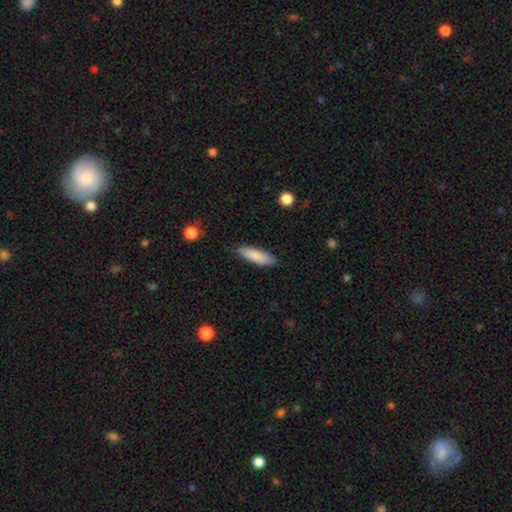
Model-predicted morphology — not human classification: smooth_or_featured: smooth (p=0.87) [alt: featured or disk p=0.07]
how_rounded: cigar-shaped (p=0.57) [alt: in between p=0.42]
merging: none (p=0.85) [alt: minor disturbance p=0.11]